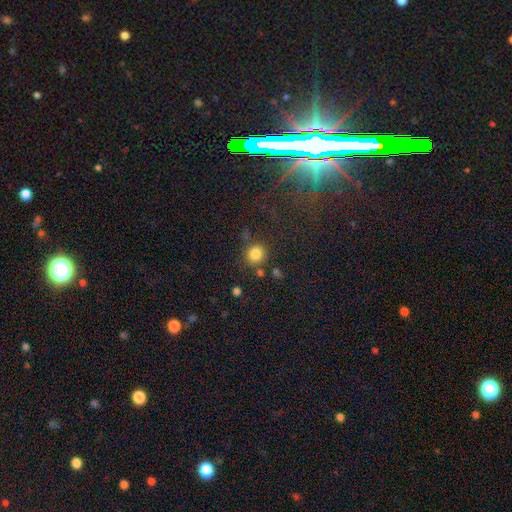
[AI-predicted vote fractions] smooth 82%, star or artifact 13%, featured or disk 5%. Down the decision tree: how rounded — round (84%); merging — none (76%).